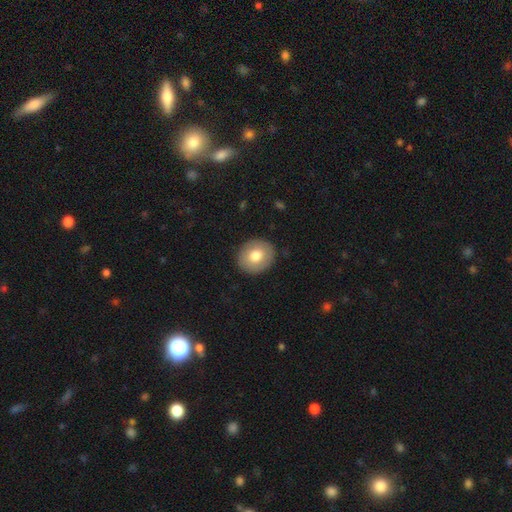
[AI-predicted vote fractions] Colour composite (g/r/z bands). It shows a smooth galaxy with no disk features (74%) that is round (78%). Merging: none (90%).